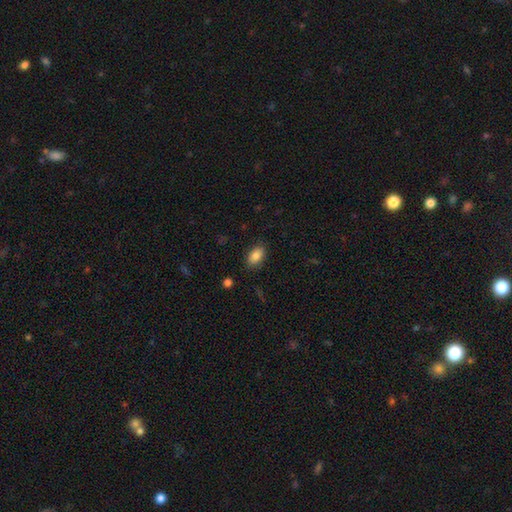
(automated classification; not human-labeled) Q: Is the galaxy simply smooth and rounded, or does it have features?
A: smooth — 85%.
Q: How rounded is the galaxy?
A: in between — 91%.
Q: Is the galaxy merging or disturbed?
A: none — 85%.